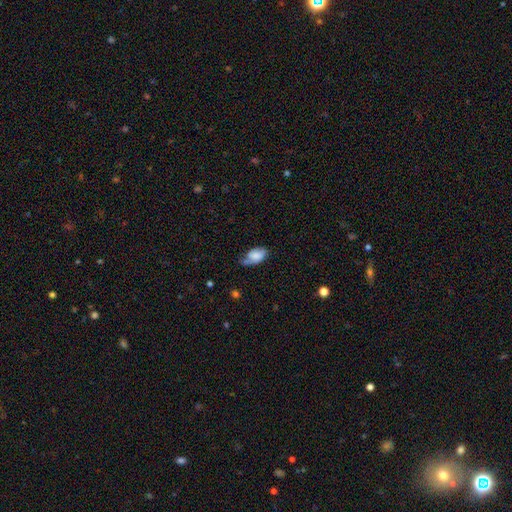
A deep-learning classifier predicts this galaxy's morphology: Q: Smooth or featured?
A: smooth (68%); runner-up: featured or disk (24%)
Q: How rounded?
A: in between (92%); runner-up: round (6%)
Q: Merging?
A: none (40%); runner-up: minor disturbance (39%)